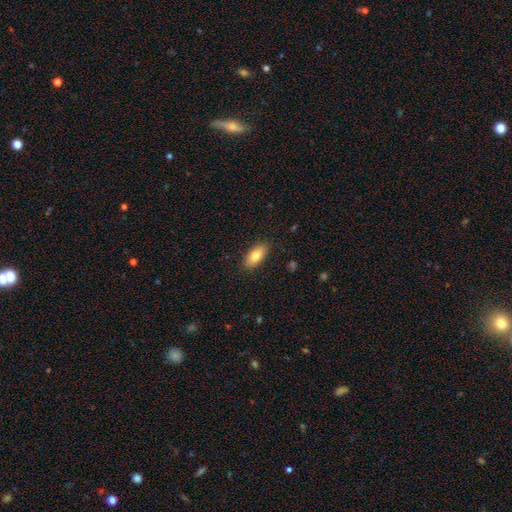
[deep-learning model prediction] Q: Smooth or featured?
A: smooth (82%); runner-up: featured or disk (11%)
Q: How rounded?
A: in between (87%); runner-up: cigar-shaped (10%)
Q: Merging?
A: none (87%); runner-up: minor disturbance (10%)